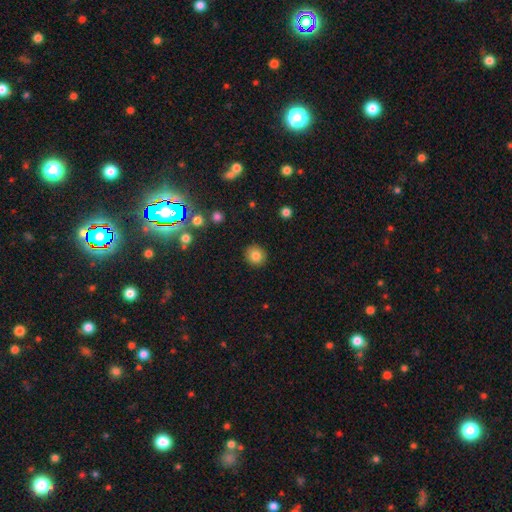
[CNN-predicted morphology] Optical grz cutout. It shows a smooth galaxy with no disk features (83%) that is round (87%). Merging: none (90%).